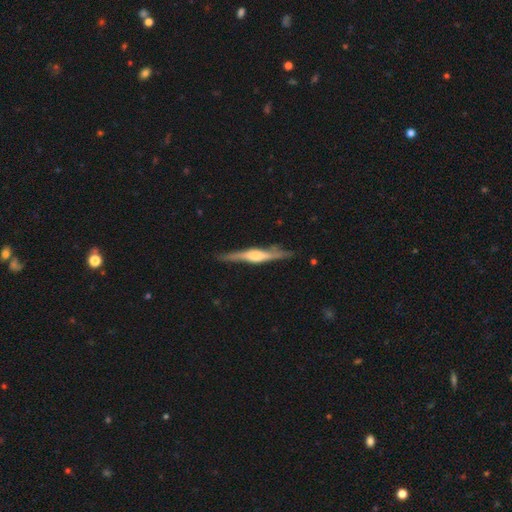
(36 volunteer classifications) Morphology: type=featured or disk (89%); edge-on=yes (97%); edge-on bulge=rounded (97%); merging=none (79%).